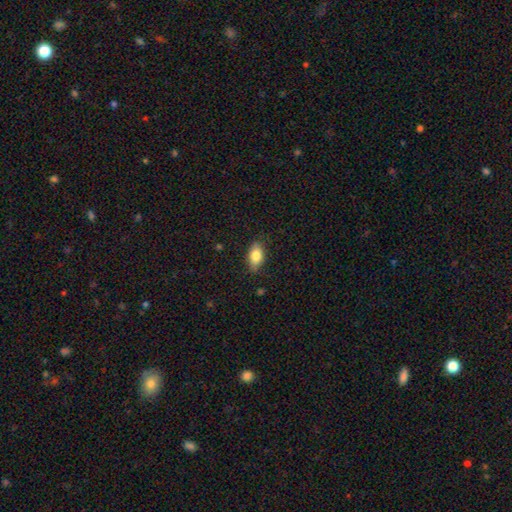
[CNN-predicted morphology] Smooth or featured? Predicted: smooth (p=0.79). How rounded? Predicted: in between (p=0.88). Merging? Predicted: none (p=0.83).